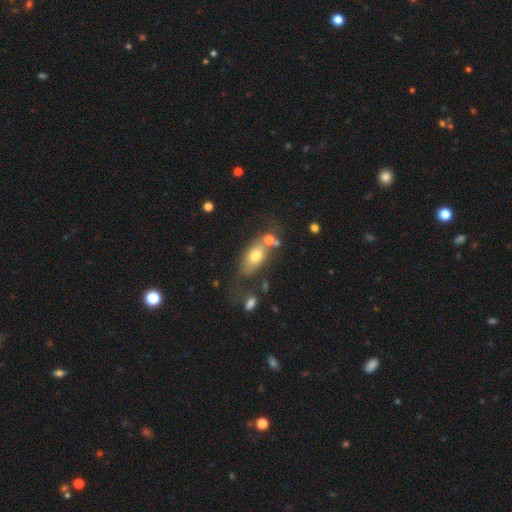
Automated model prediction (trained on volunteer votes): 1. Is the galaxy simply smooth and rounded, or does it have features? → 68% smooth, 22% featured or disk, 10% star or artifact.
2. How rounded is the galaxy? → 80% in between, 10% round, 10% cigar-shaped.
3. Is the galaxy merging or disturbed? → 52% none, 19% merger, 19% minor disturbance, 10% major disturbance.